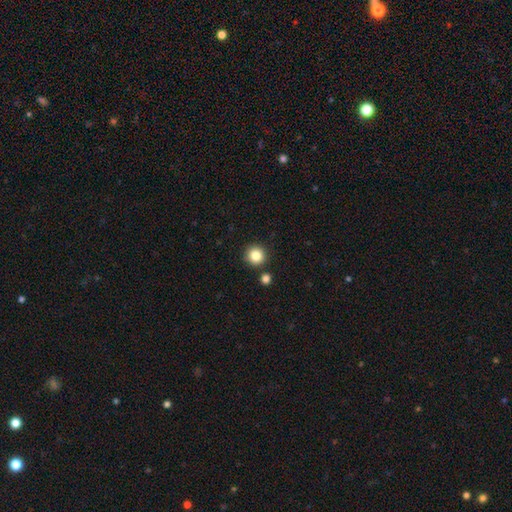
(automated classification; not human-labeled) Q: Smooth or featured?
A: smooth (84%); runner-up: star or artifact (11%)
Q: How rounded?
A: round (94%); runner-up: in between (5%)
Q: Merging?
A: none (87%); runner-up: minor disturbance (6%)